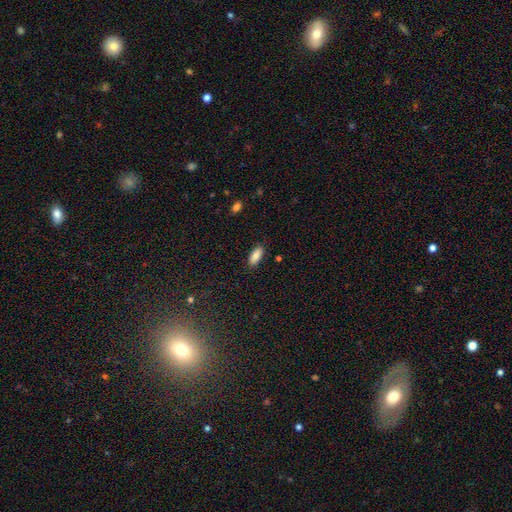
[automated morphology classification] Smooth or featured? Predicted: smooth (p=0.86). How rounded? Predicted: in between (p=0.84). Merging? Predicted: none (p=0.86).